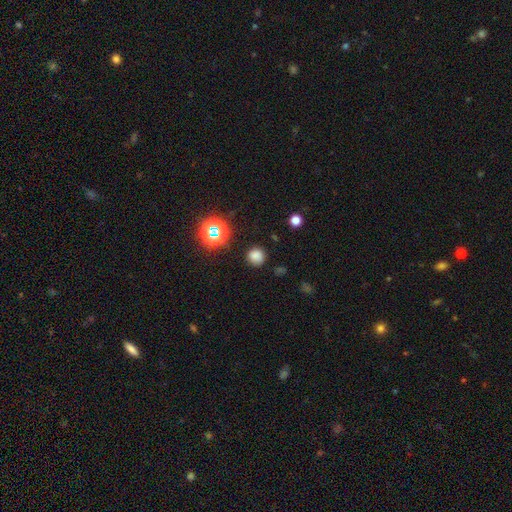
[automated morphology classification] A smooth galaxy with no disk features (75%) that is round (90%).

Vote fractions:
- Smooth or featured? smooth: 75% / star or artifact: 20% / featured or disk: 5%
- How rounded? round: 90% / in between: 9% / cigar-shaped: 1%
- Merging? none: 85% / minor disturbance: 10% / major disturbance: 3% / merger: 2%